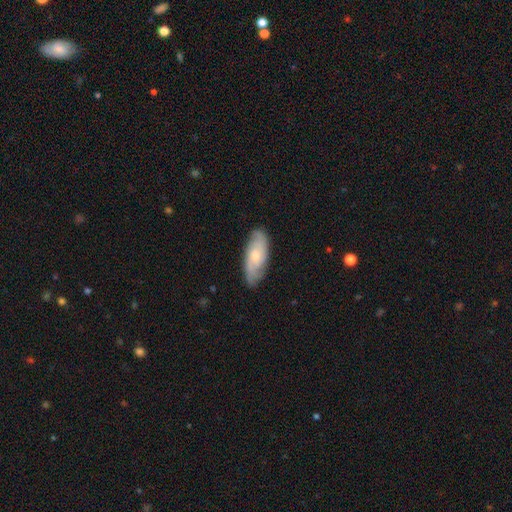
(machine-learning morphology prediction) A featured or disk galaxy (58%) with no bar (67%), spiral arms (90%) and a small central bulge (46%). Merging: none (81%).